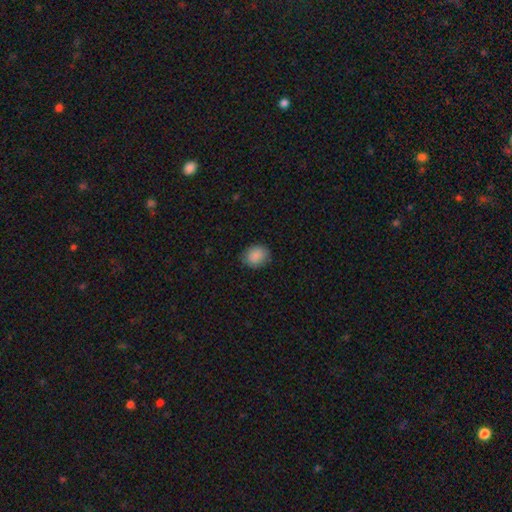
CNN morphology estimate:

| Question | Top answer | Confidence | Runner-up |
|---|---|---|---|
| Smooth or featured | smooth | 88% | star or artifact (8%) |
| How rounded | round | 55% | in between (44%) |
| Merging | none | 84% | minor disturbance (12%) |